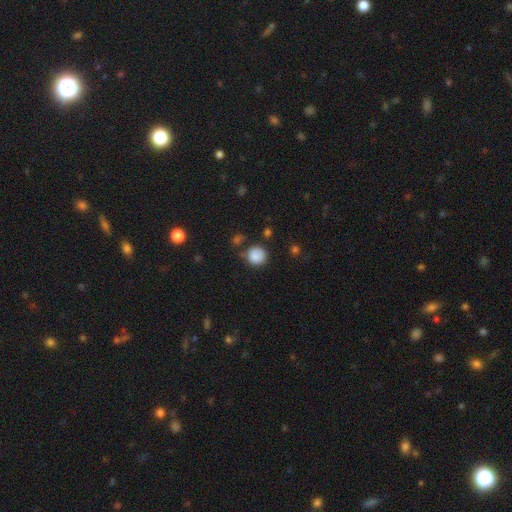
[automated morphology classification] This is clearly a smooth galaxy (86%). How rounded: clearly round (89%). Merging: likely none (72%).